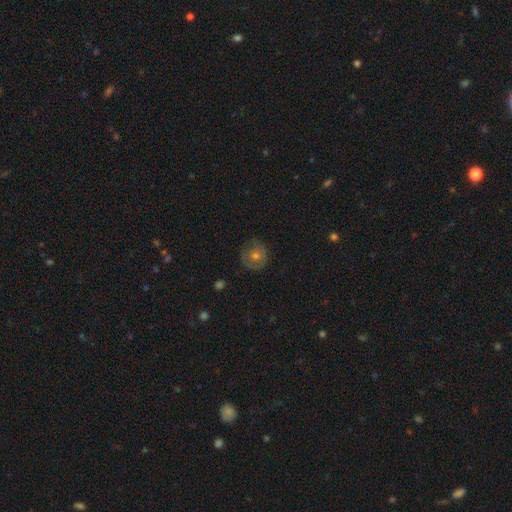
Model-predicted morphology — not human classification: Q: Smooth or featured?
A: featured or disk (44%); runner-up: smooth (43%)
Q: Merging?
A: none (79%); runner-up: minor disturbance (15%)